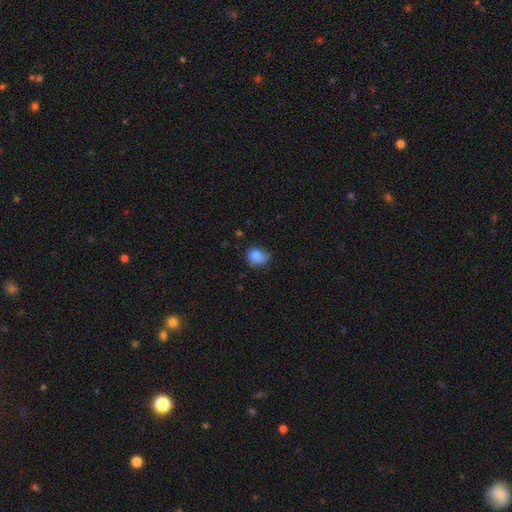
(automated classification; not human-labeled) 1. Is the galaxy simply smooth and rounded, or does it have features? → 82% smooth, 10% star or artifact, 8% featured or disk.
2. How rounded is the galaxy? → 62% round, 38% in between, 1% cigar-shaped.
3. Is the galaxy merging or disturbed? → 55% none, 34% minor disturbance, 8% major disturbance, 3% merger.